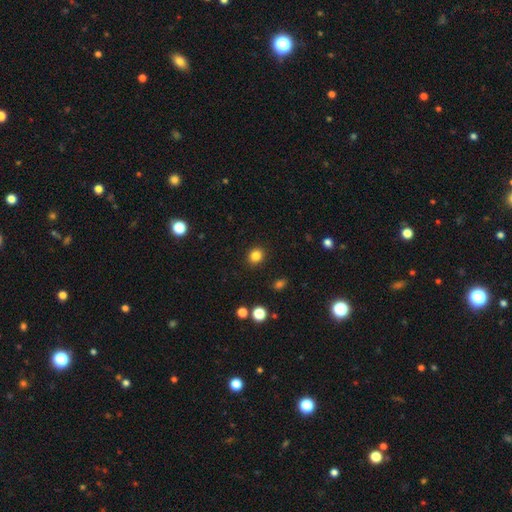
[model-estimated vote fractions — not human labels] smooth_or_featured: smooth (p=0.84) [alt: star or artifact p=0.12]
how_rounded: round (p=0.74) [alt: in between p=0.25]
merging: none (p=0.90) [alt: minor disturbance p=0.06]